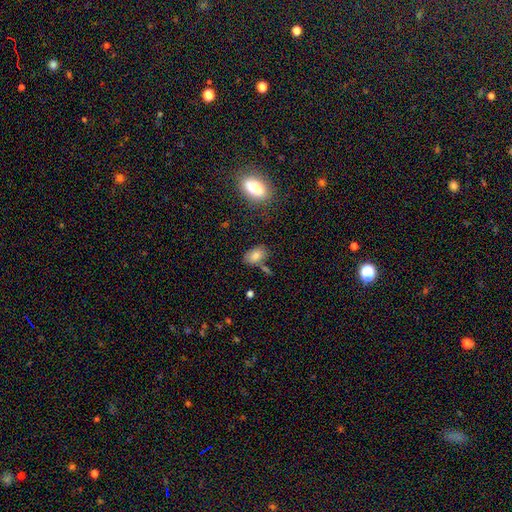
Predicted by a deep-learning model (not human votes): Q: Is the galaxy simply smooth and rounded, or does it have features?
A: smooth — 81%.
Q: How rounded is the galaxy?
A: in between — 90%.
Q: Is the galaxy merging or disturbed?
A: none — 68%.